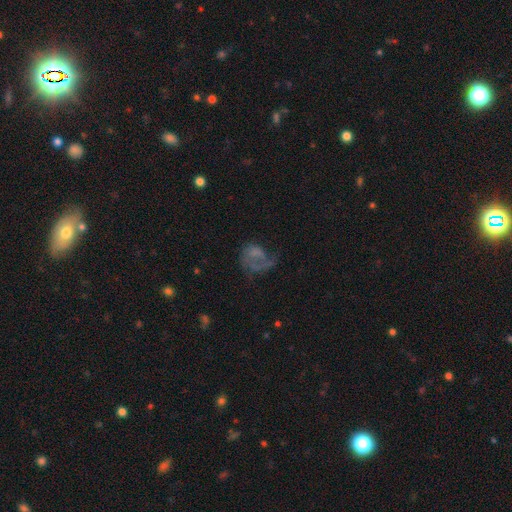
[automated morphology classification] A featured or disk galaxy (48%). Merging: major disturbance (49%).